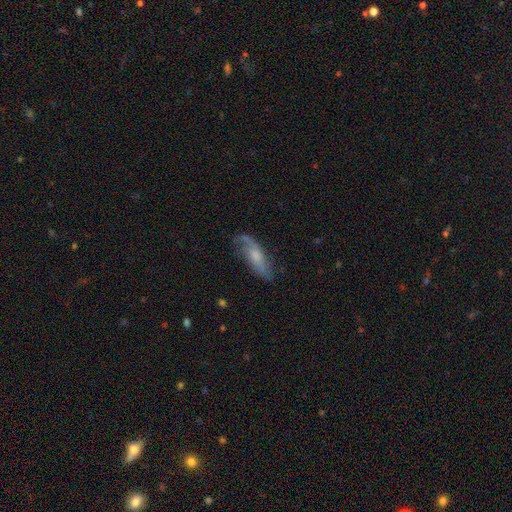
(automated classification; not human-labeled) smooth_or_featured: featured or disk (p=0.62) [alt: smooth p=0.31]
disk_edge_on: no (p=0.82) [alt: yes p=0.18]
bar: no (p=0.63) [alt: weak p=0.30]
has_spiral_arms: yes (p=0.88) [alt: no p=0.12]
bulge_size: moderate (p=0.45) [alt: small p=0.34]
merging: none (p=0.62) [alt: minor disturbance p=0.24]